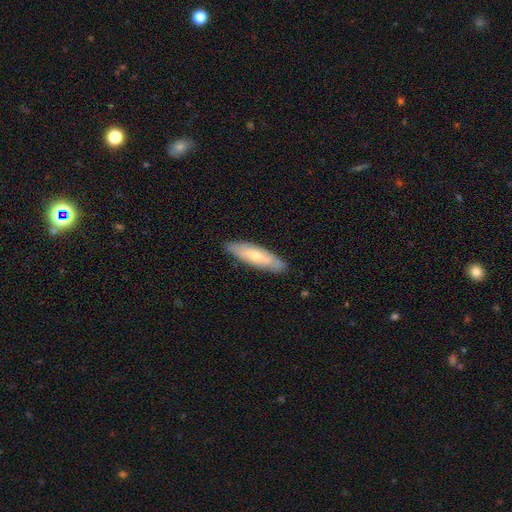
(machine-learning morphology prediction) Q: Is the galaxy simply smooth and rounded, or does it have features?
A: smooth — 51%.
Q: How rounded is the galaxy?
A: cigar-shaped — 64%.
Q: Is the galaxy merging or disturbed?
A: none — 86%.